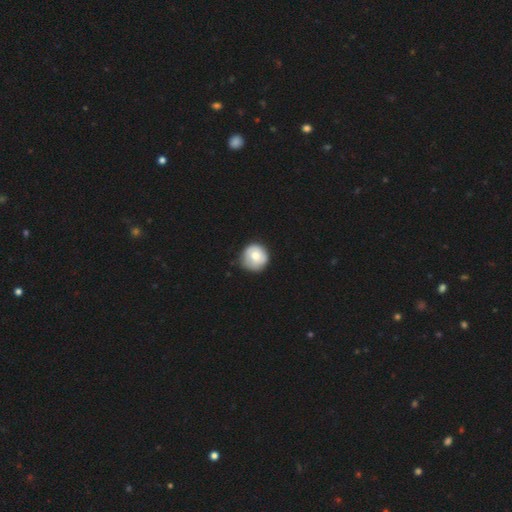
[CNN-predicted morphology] smooth-or-featured: smooth: 70% | featured or disk: 24% | star or artifact: 7%
  how-rounded: round: 93% | in between: 6% | cigar-shaped: 1%
  merging: none: 75% | minor disturbance: 20% | major disturbance: 4% | merger: 2%